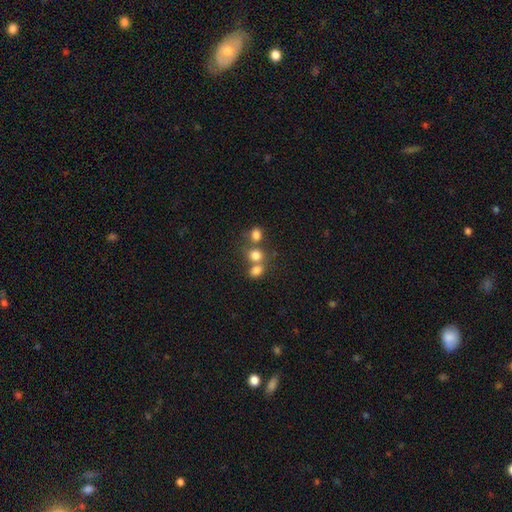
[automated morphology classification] The model was most divided on "merging": merger: 45%, none: 42%, minor disturbance: 8%, major disturbance: 4%. More confident: smooth or featured — smooth (76%); how rounded — round (63%).